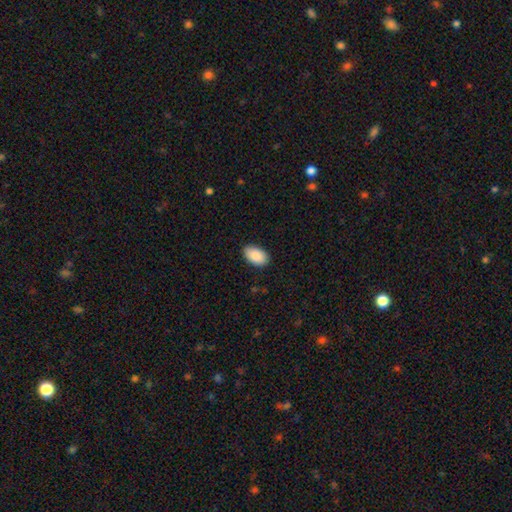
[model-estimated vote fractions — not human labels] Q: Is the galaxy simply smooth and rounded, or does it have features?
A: smooth — 91%.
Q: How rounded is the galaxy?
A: in between — 95%.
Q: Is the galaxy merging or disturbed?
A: none — 88%.